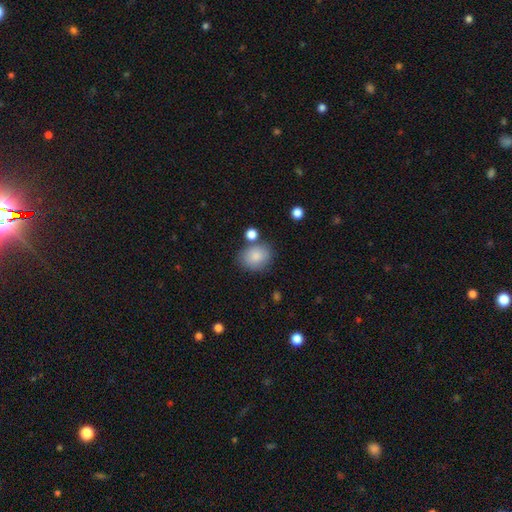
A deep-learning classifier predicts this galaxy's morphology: This is clearly a smooth galaxy (85%). How rounded: possibly in between (50%). Merging: likely none (70%).